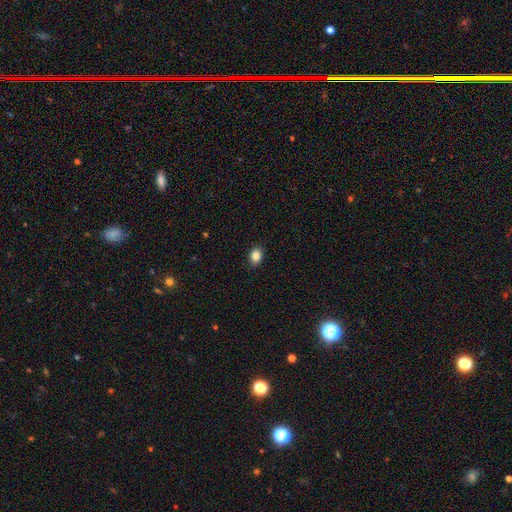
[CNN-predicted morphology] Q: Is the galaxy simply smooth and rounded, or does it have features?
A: smooth — 84%.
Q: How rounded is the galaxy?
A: in between — 69%.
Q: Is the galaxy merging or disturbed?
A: none — 89%.